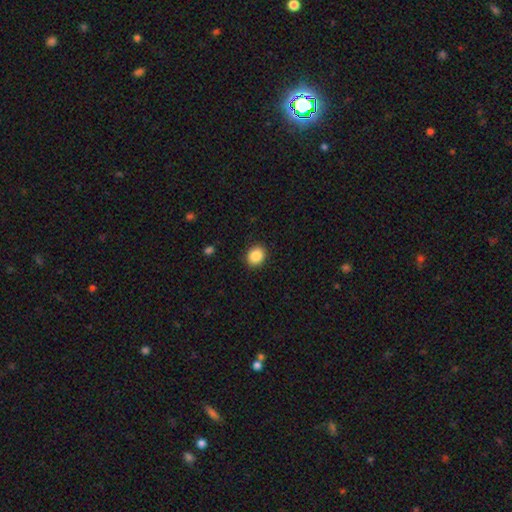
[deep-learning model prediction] smooth-or-featured: smooth: 88% | star or artifact: 8% | featured or disk: 4%
  how-rounded: round: 56% | in between: 43% | cigar-shaped: 1%
  merging: none: 90% | minor disturbance: 7% | major disturbance: 2% | merger: 1%